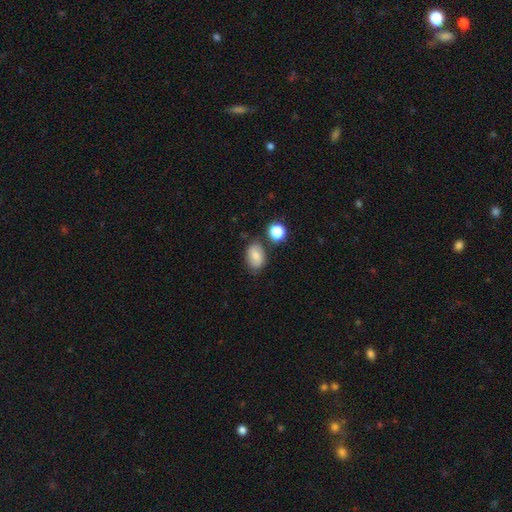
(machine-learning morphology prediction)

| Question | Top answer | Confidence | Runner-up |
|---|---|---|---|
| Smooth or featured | smooth | 72% | featured or disk (18%) |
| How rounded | in between | 80% | round (19%) |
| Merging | none | 75% | minor disturbance (16%) |